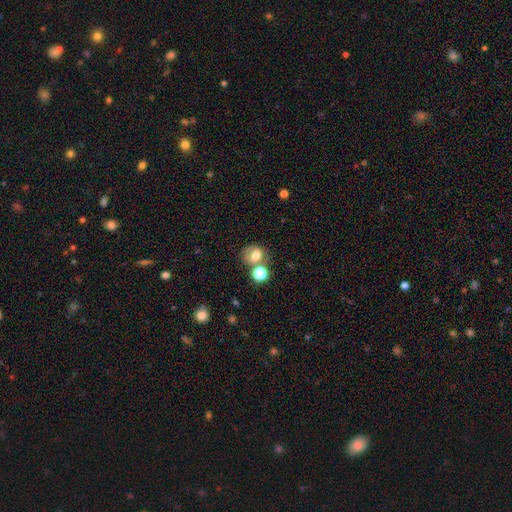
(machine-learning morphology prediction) This is likely a smooth galaxy (69%). How rounded: likely round (61%). Merging: possibly none (48%).